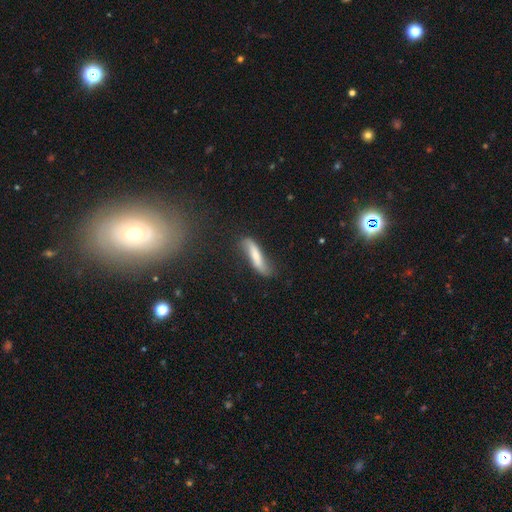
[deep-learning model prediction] Smooth or featured? smooth (59%)
How rounded? cigar-shaped (79%)
Merging? none (64%)